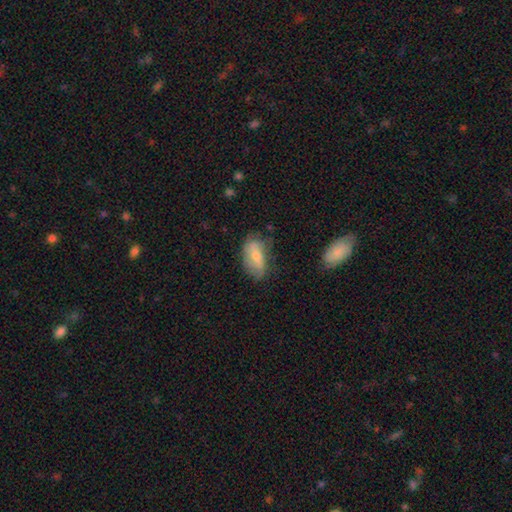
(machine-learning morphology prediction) smooth_or_featured: smooth (p=0.69) [alt: featured or disk p=0.24]
how_rounded: in between (p=0.90) [alt: cigar-shaped p=0.06]
merging: none (p=0.55) [alt: minor disturbance p=0.31]